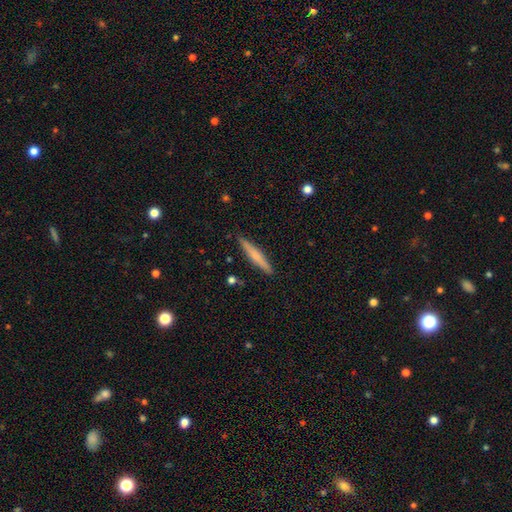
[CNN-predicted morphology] Smooth or featured? smooth (60%)
How rounded? cigar-shaped (94%)
Merging? none (90%)